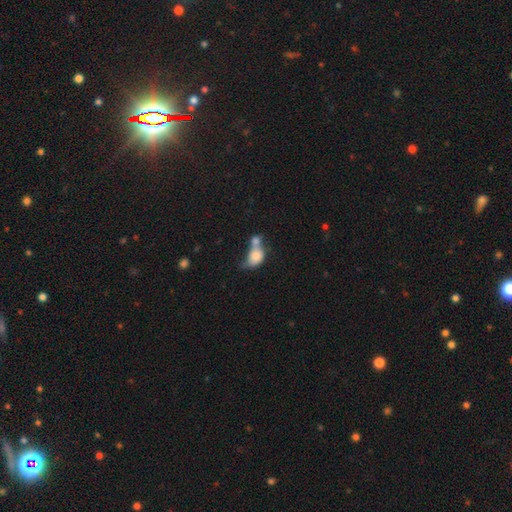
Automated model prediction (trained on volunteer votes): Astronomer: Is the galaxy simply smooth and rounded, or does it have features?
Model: smooth — 77%.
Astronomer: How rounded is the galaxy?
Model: in between — 66%.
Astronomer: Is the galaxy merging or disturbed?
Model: merger — 64%.